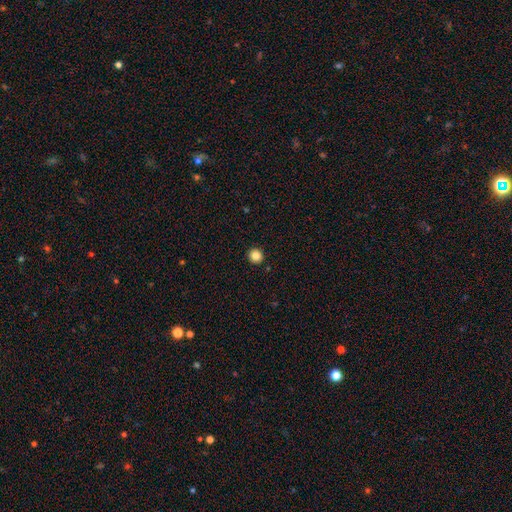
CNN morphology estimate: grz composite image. It shows a smooth galaxy with no disk features (84%) that is round (93%). Merging: none (93%).